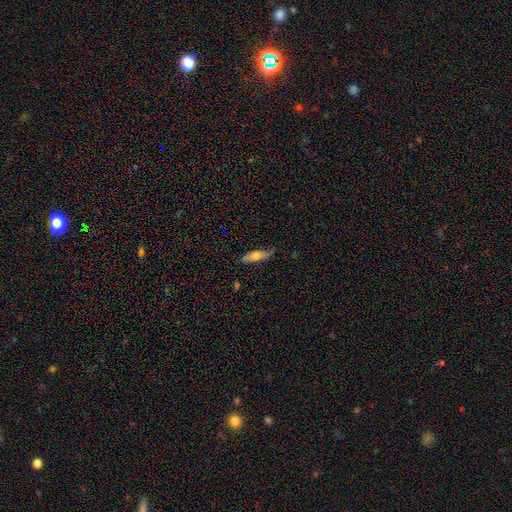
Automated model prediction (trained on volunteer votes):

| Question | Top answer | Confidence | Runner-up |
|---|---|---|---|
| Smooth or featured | smooth | 65% | featured or disk (28%) |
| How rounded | cigar-shaped | 54% | in between (44%) |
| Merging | none | 79% | minor disturbance (16%) |